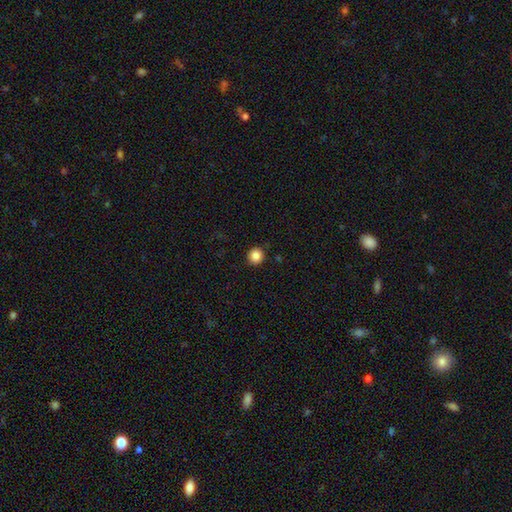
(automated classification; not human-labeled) Overall: smooth (85%). How rounded: round (91%). Merging: none (92%).